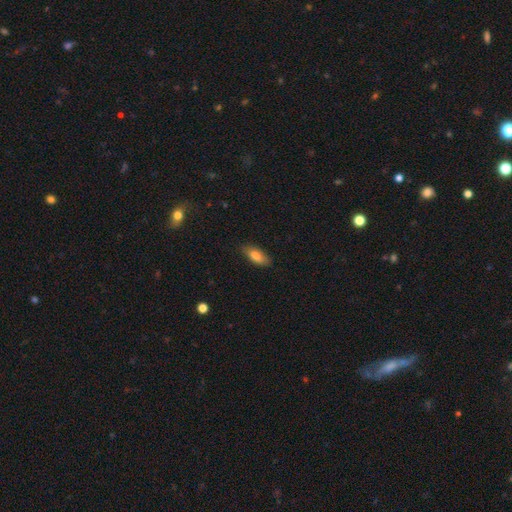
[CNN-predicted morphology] Smooth or featured: smooth — 81% (featured or disk — 12%)
How rounded: in between — 81% (cigar-shaped — 16%)
Merging: none — 81% (minor disturbance — 15%)